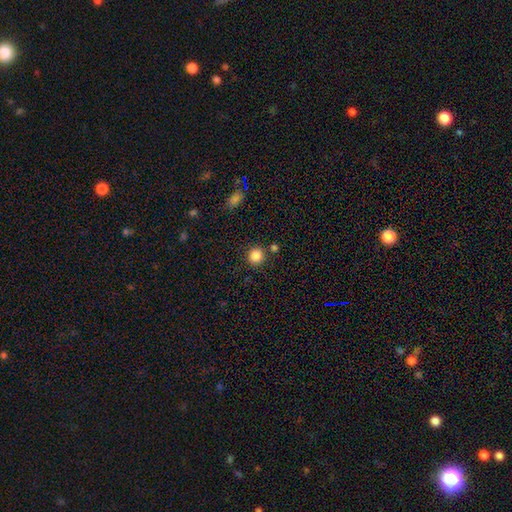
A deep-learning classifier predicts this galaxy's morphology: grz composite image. It shows a smooth galaxy with no disk features (85%) that is round (93%). Merging: none (85%).